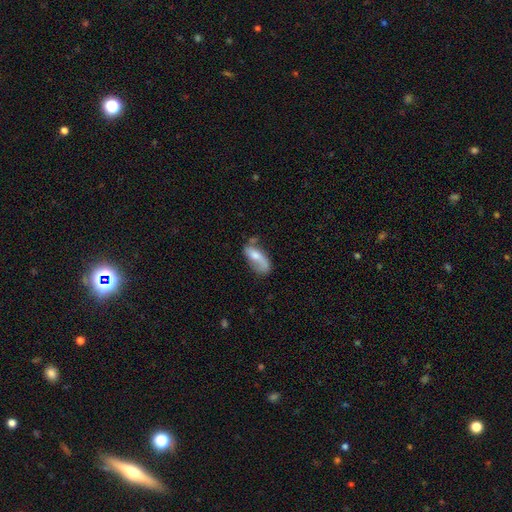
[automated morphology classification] Smooth or featured?
  - featured or disk: 47% *
  - smooth: 45%
  - star or artifact: 8%
Merging?
  - none: 41% *
  - minor disturbance: 28%
  - major disturbance: 21%
  - merger: 10%